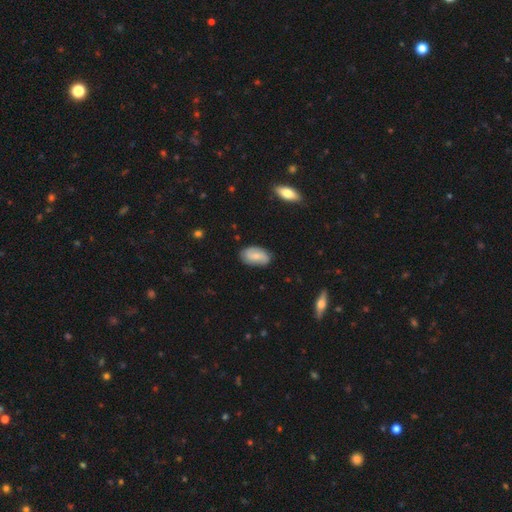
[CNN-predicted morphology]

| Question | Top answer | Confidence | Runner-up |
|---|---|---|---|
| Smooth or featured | featured or disk | 47% | smooth (46%) |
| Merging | none | 81% | minor disturbance (15%) |